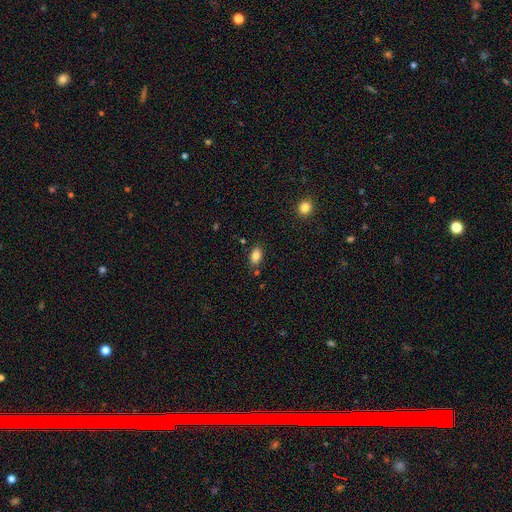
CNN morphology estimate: A smooth galaxy with no disk features (84%) that is in between round and cigar-shaped (89%). Merging: none (80%).